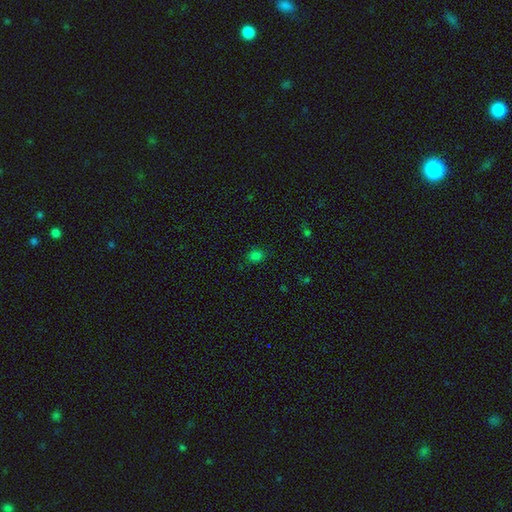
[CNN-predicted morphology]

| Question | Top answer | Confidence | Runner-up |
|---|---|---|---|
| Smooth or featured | smooth | 77% | star or artifact (19%) |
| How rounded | in between | 52% | round (47%) |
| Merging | none | 84% | minor disturbance (11%) |